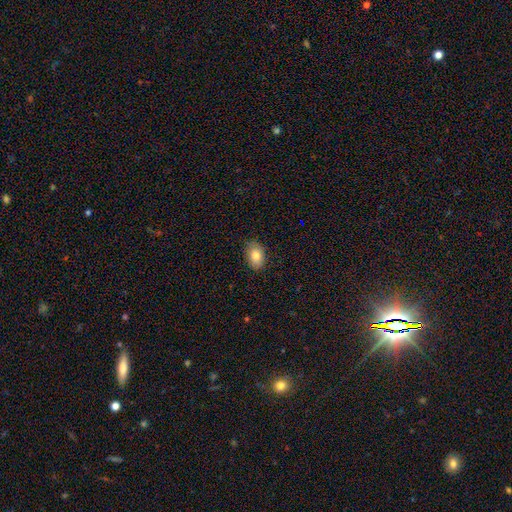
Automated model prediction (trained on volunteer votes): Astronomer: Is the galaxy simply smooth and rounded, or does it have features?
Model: smooth — 82%.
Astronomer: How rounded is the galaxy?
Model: in between — 85%.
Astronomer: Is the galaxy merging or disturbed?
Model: none — 86%.